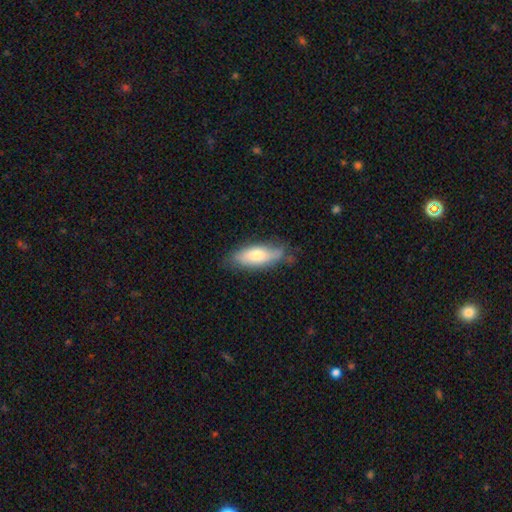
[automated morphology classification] A smooth galaxy with no disk features (68%) that is in between round and cigar-shaped (65%). Merging: none (71%).